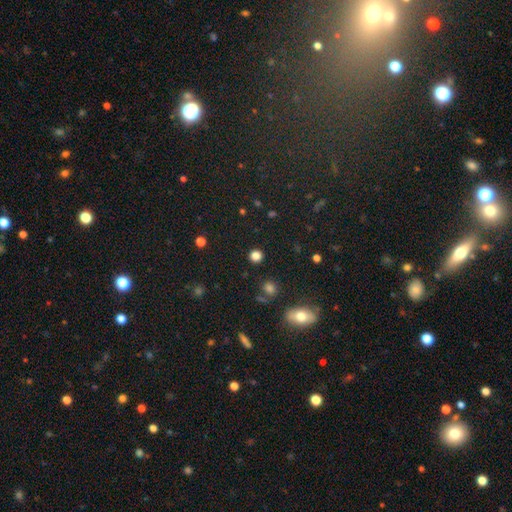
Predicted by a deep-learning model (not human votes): A smooth galaxy with no disk features (82%) that is round (90%). Merging: none (90%).